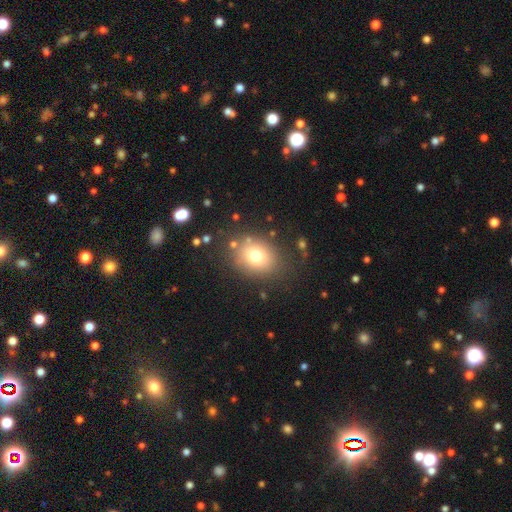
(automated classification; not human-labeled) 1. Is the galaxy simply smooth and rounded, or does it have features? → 74% smooth, 13% featured or disk, 13% star or artifact.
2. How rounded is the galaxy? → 50% round, 49% in between, 1% cigar-shaped.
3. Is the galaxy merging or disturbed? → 79% none, 12% minor disturbance, 6% major disturbance, 4% merger.